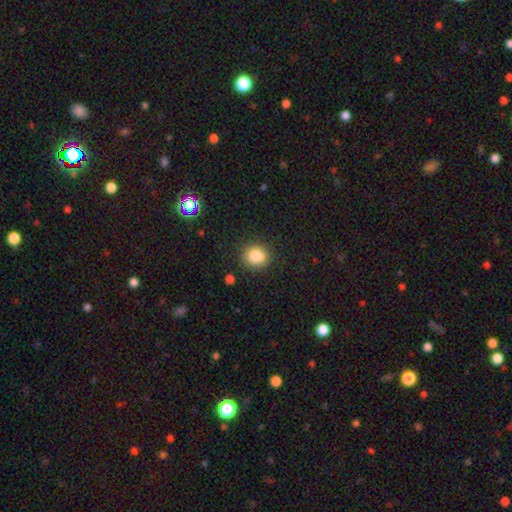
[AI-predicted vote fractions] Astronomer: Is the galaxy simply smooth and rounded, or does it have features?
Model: smooth — 84%.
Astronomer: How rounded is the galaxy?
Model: round — 76%.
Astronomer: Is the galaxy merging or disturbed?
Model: none — 85%.